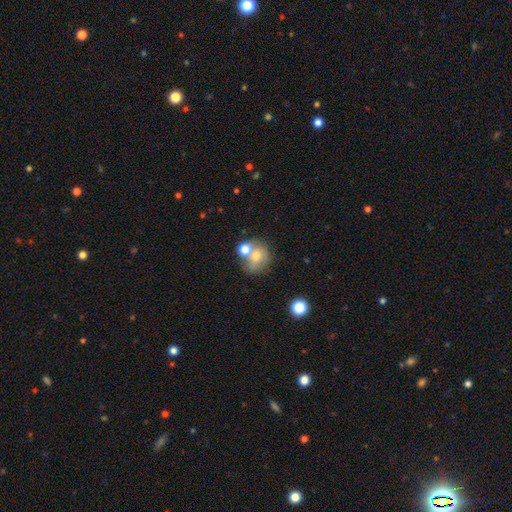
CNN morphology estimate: Q: Smooth or featured?
A: smooth (67%); runner-up: featured or disk (23%)
Q: How rounded?
A: round (68%); runner-up: in between (31%)
Q: Merging?
A: merger (43%); runner-up: none (35%)